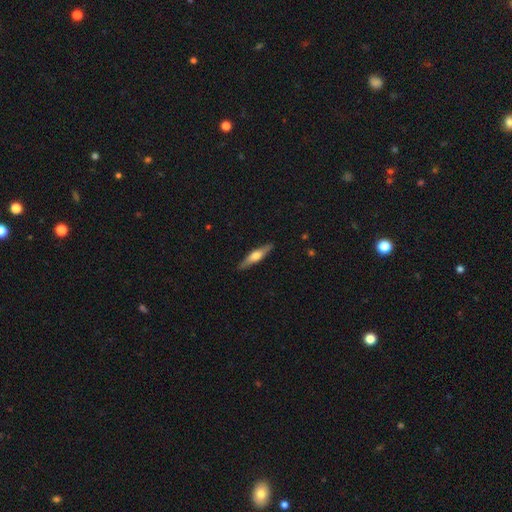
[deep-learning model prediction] Smooth or featured: featured or disk — 53% (smooth — 41%)
Edge-on disk: yes — 93% (no — 7%)
Merging: none — 88% (minor disturbance — 9%)